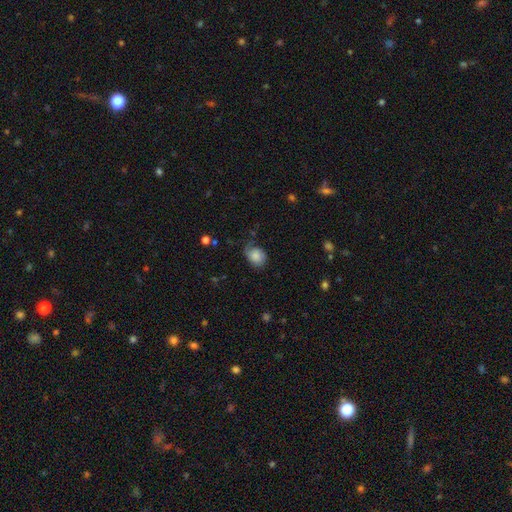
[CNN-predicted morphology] A smooth galaxy with no disk features (70%) that is in between round and cigar-shaped (58%). Merging: none (52%).